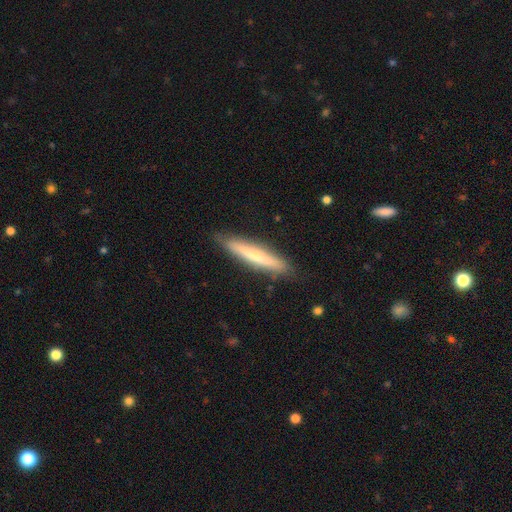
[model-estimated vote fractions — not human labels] A smooth galaxy with no disk features (49%).

Vote fractions:
- Smooth or featured? smooth: 49% / featured or disk: 45% / star or artifact: 6%
- Merging? none: 85% / minor disturbance: 11% / major disturbance: 2% / merger: 1%